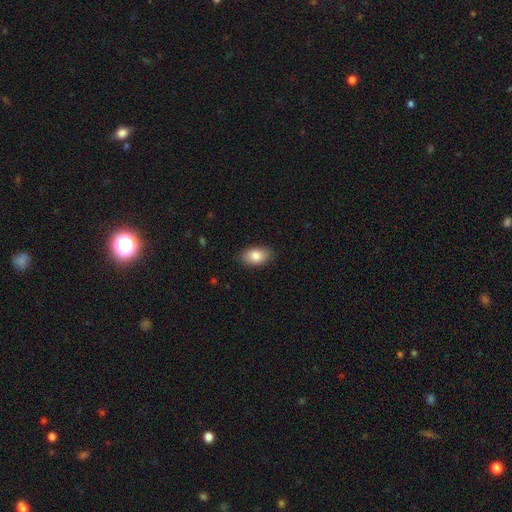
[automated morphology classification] Smooth or featured? smooth (84%)
How rounded? in between (91%)
Merging? none (87%)